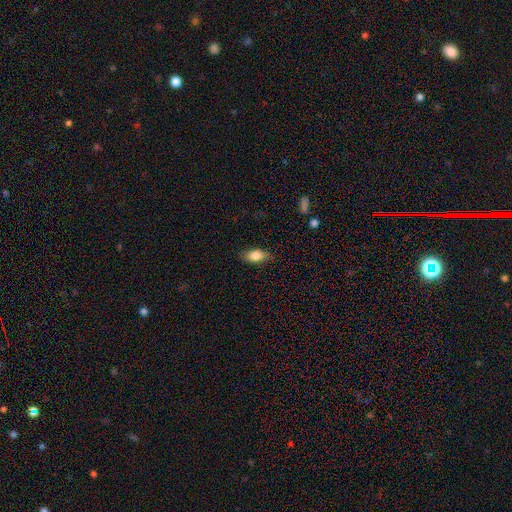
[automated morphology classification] This appears to be a smooth galaxy with no disk features (81%) that is in between round and cigar-shaped (87%). Merging: none (81%).